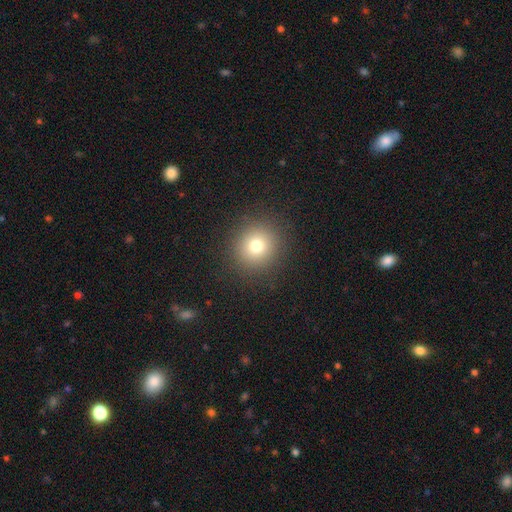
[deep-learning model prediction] smooth_or_featured: smooth (p=0.67) [alt: star or artifact p=0.26]
how_rounded: round (p=0.93) [alt: in between p=0.06]
merging: none (p=0.93) [alt: minor disturbance p=0.04]